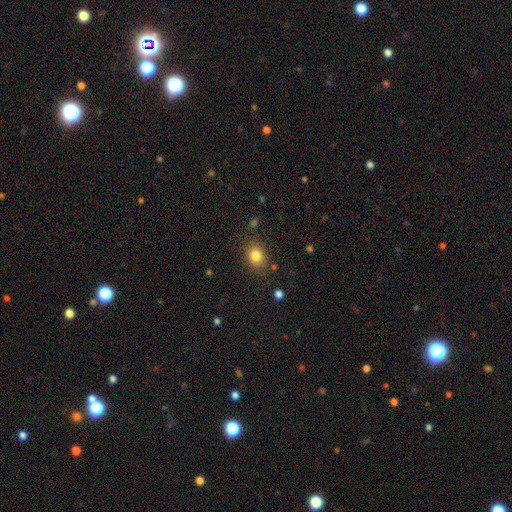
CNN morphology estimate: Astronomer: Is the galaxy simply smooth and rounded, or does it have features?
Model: smooth — 83%.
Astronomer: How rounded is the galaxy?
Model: round — 54% (runner-up: in between, 45%).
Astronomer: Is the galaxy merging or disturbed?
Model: none — 82%.